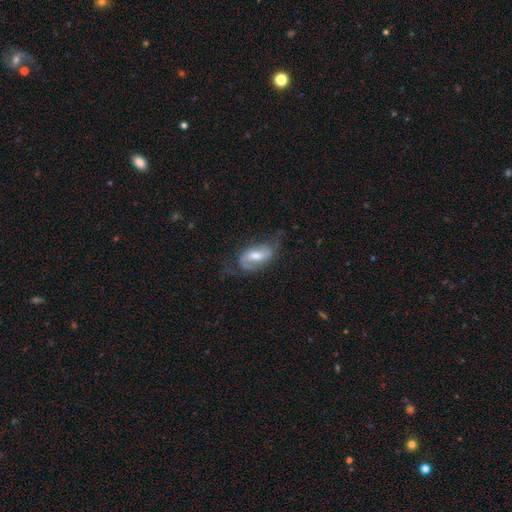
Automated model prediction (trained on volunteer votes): A featured or disk galaxy (67%) with a weak bar (48%), 2 (71%) loose (42%) spiral arms (86%) and a moderate central bulge (61%). Merging: none (51%).